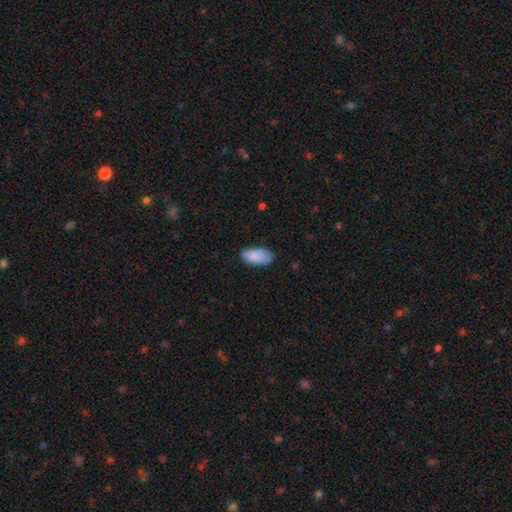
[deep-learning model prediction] Smooth or featured? smooth (87%)
How rounded? in between (94%)
Merging? none (73%)